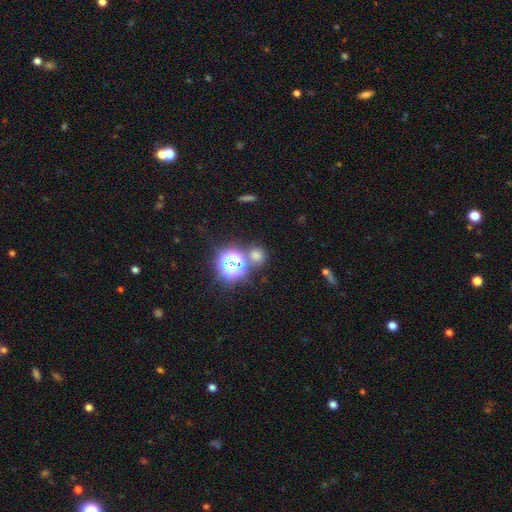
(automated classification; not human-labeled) Smooth or featured? Predicted: smooth (p=0.60). How rounded? Predicted: round (p=0.85). Merging? Predicted: none (p=0.68).